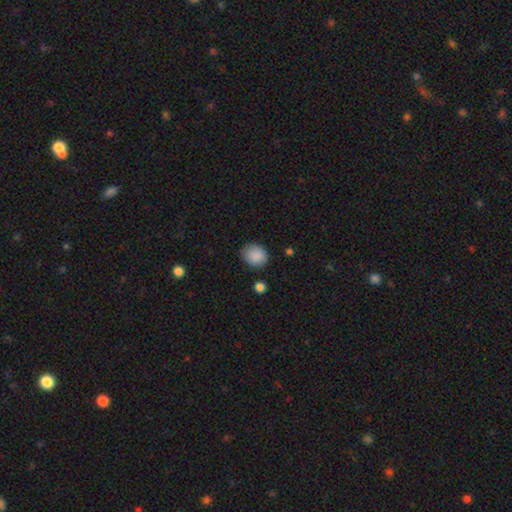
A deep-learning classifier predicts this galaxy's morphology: Smooth or featured? Predicted: smooth (p=0.88). How rounded? Predicted: round (p=0.65). Merging? Predicted: none (p=0.78).